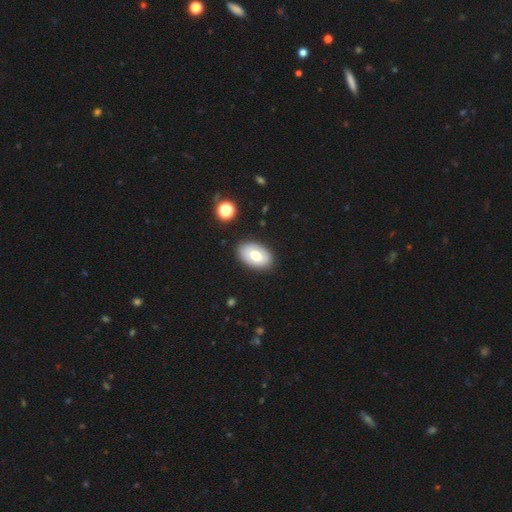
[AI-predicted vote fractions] This is likely a smooth galaxy (68%). How rounded: clearly in between (90%). Merging: clearly none (87%).